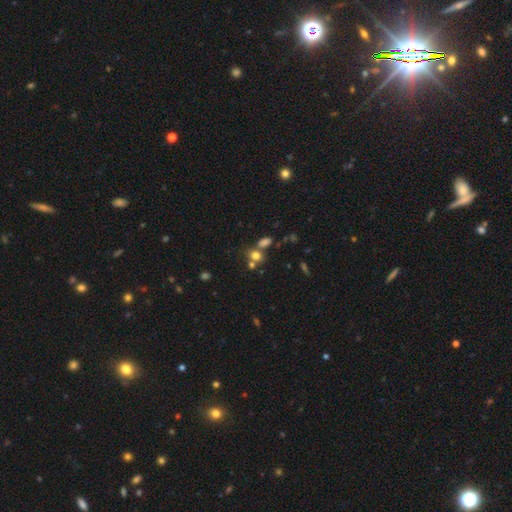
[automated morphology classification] A smooth galaxy with no disk features (71%) that is round (55%).

Vote fractions:
- Smooth or featured? smooth: 71% / star or artifact: 18% / featured or disk: 11%
- How rounded? round: 55% / in between: 43% / cigar-shaped: 2%
- Merging? none: 46% / merger: 39% / minor disturbance: 10% / major disturbance: 5%